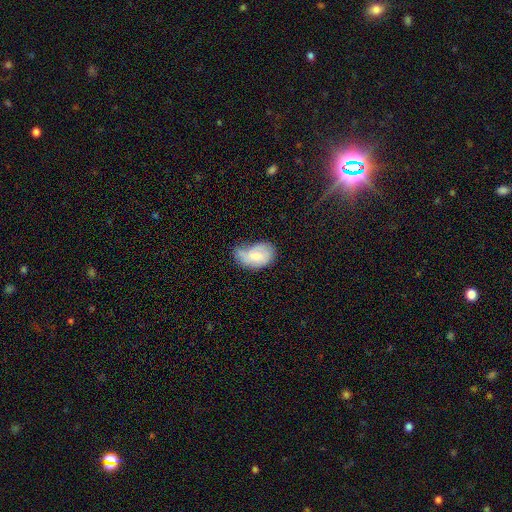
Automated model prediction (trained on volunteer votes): Smooth or featured?
  - smooth: 64% *
  - featured or disk: 29%
  - star or artifact: 7%
How rounded?
  - in between: 88% *
  - round: 11%
  - cigar-shaped: 1%
Merging?
  - minor disturbance: 42% *
  - none: 28%
  - major disturbance: 21%
  - merger: 8%